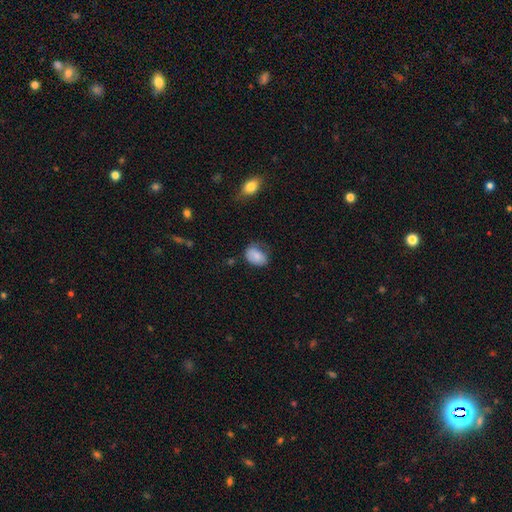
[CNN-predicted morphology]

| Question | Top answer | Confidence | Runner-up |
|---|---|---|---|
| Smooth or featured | smooth | 81% | featured or disk (11%) |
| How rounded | in between | 78% | round (21%) |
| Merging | none | 47% | minor disturbance (35%) |